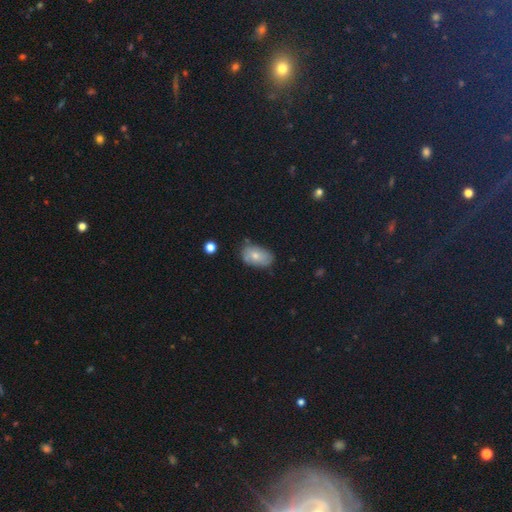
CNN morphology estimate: A smooth galaxy with no disk features (68%) that is in between round and cigar-shaped (89%). Merging: none (64%).